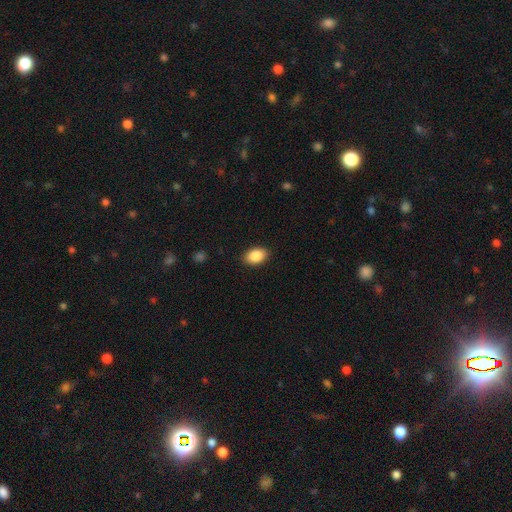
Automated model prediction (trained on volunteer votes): Smooth or featured? Predicted: smooth (p=0.88). How rounded? Predicted: in between (p=0.86). Merging? Predicted: none (p=0.89).